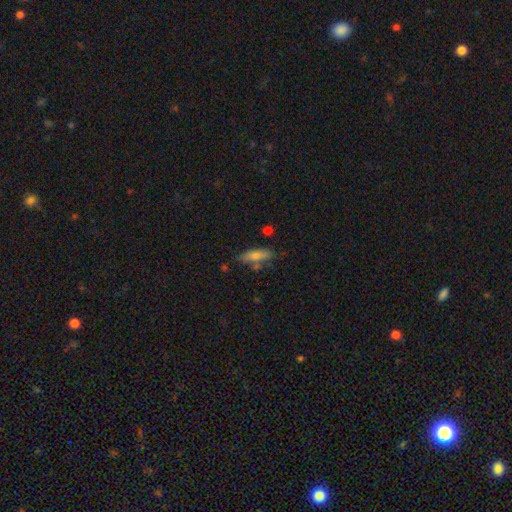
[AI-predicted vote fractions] A smooth galaxy with no disk features (67%) that is cigar-shaped (55%). Merging: none (73%).